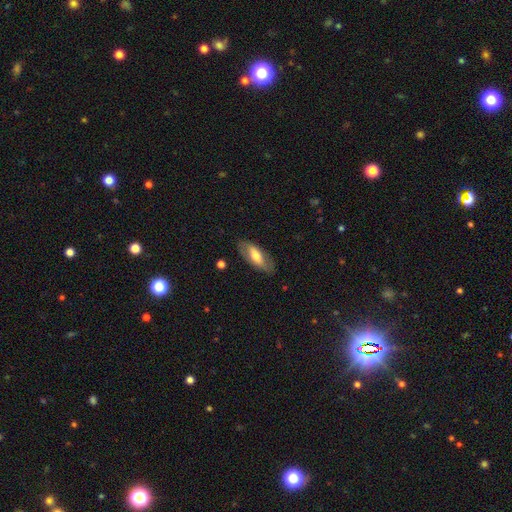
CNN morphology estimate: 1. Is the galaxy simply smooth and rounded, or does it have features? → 55% smooth, 39% featured or disk, 6% star or artifact.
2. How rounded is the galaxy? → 78% in between, 19% cigar-shaped, 3% round.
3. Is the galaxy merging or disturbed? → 81% none, 14% minor disturbance, 4% major disturbance, 1% merger.